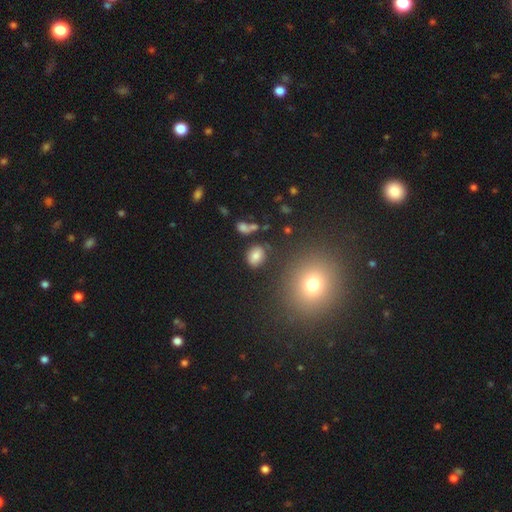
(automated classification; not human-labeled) This is likely a smooth galaxy (78%). How rounded: possibly in between (51%). Merging: likely none (77%).